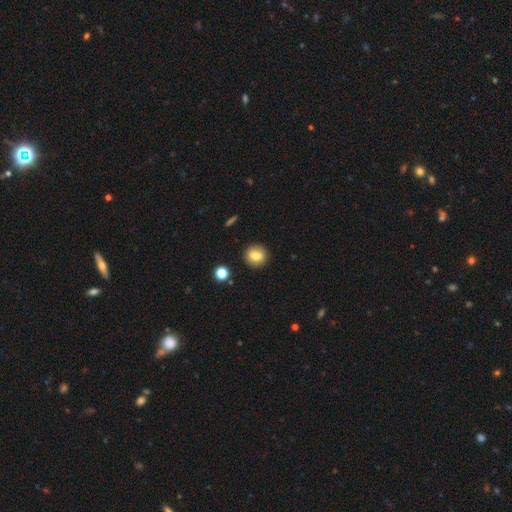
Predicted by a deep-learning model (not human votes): smooth-or-featured: smooth: 78% | featured or disk: 12% | star or artifact: 10%
  how-rounded: round: 86% | in between: 13% | cigar-shaped: 1%
  merging: none: 91% | minor disturbance: 6% | major disturbance: 2% | merger: 2%